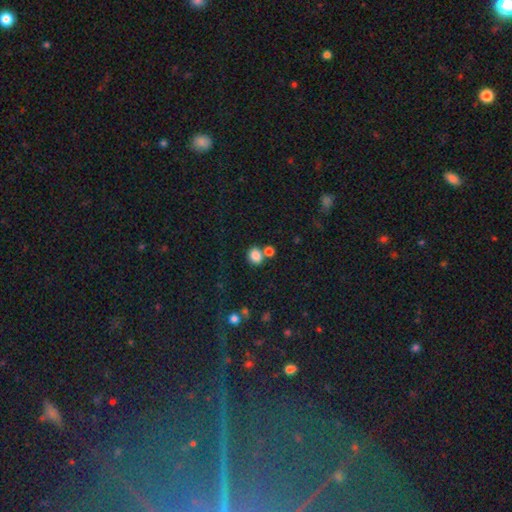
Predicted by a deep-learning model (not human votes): Smooth or featured? smooth (83%)
How rounded? round (64%)
Merging? none (55%)